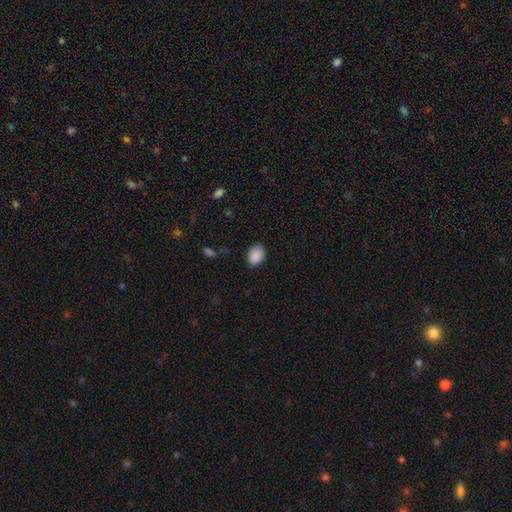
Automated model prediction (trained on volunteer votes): A smooth galaxy with no disk features (89%) that is in between round and cigar-shaped (66%). Merging: none (84%).